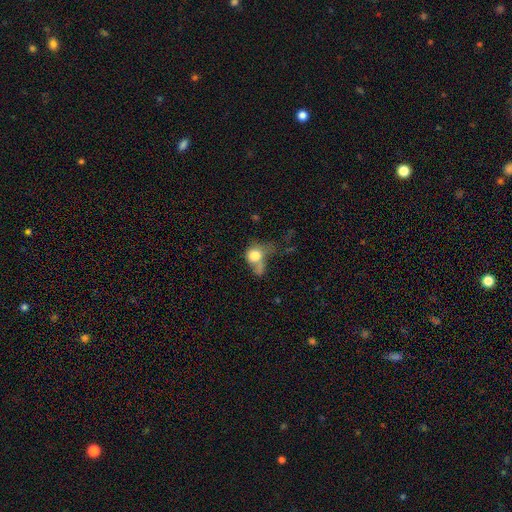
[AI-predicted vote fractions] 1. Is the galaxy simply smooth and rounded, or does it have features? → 69% smooth, 20% featured or disk, 11% star or artifact.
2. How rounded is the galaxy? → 50% round, 47% in between, 2% cigar-shaped.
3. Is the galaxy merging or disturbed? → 37% major disturbance, 26% merger, 20% none, 17% minor disturbance.